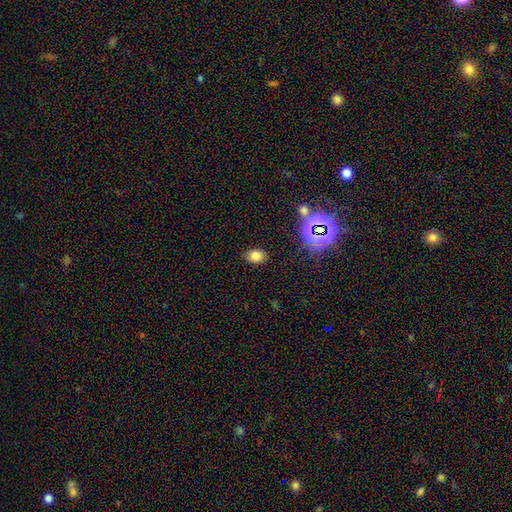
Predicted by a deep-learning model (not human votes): smooth_or_featured: smooth (p=0.76) [alt: star or artifact p=0.17]
how_rounded: in between (p=0.69) [alt: round p=0.30]
merging: none (p=0.85) [alt: minor disturbance p=0.11]